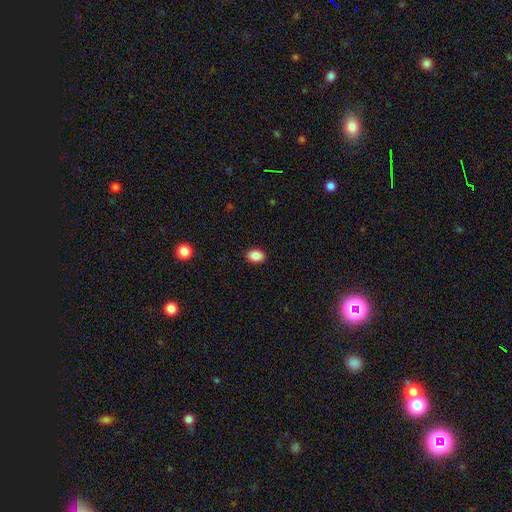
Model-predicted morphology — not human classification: Smooth or featured? Predicted: smooth (p=0.88). How rounded? Predicted: in between (p=0.77). Merging? Predicted: none (p=0.90).